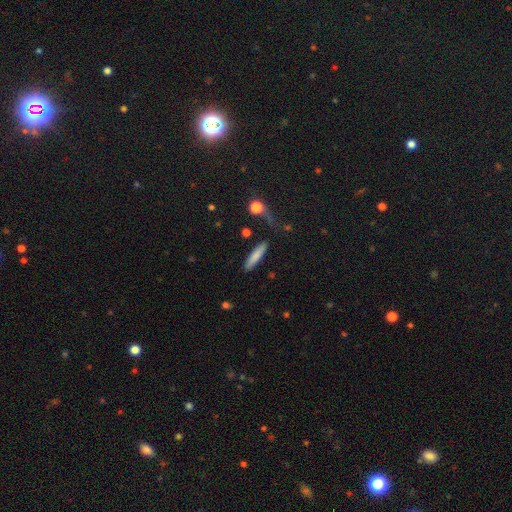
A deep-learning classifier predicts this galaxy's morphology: This is likely a smooth galaxy (80%). How rounded: clearly cigar-shaped (85%). Merging: clearly none (84%).